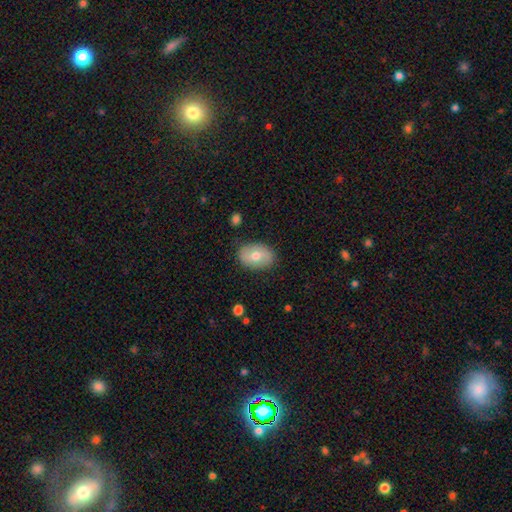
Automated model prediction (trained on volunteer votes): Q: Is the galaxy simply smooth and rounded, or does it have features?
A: smooth — 67%.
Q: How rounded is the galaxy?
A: in between — 81%.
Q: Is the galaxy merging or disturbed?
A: none — 83%.